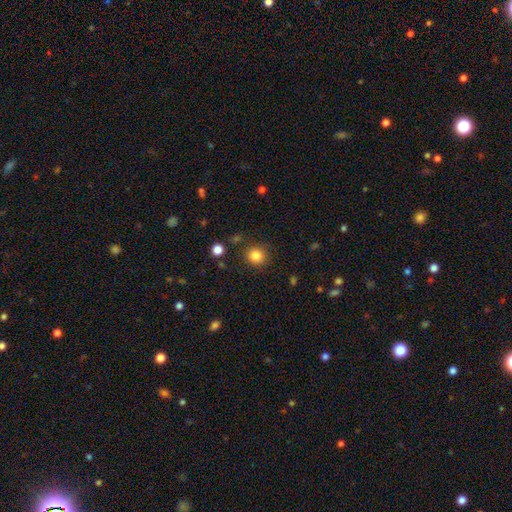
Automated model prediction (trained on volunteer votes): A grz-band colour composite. It shows a smooth galaxy with no disk features (85%) that is round (89%). Merging: none (86%).